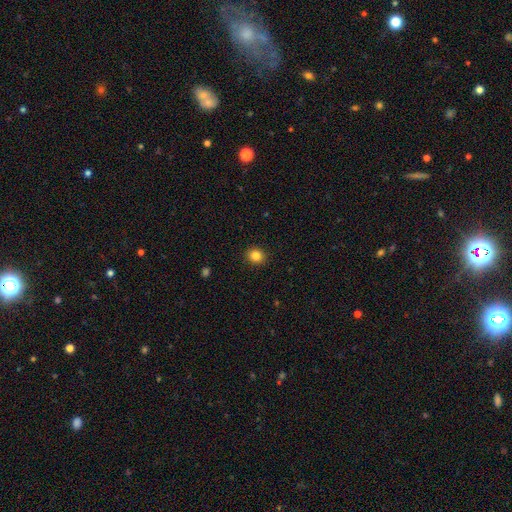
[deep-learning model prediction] smooth-or-featured: smooth: 85% | star or artifact: 11% | featured or disk: 5%
  how-rounded: round: 79% | in between: 20% | cigar-shaped: 1%
  merging: none: 91% | minor disturbance: 6% | major disturbance: 2% | merger: 1%